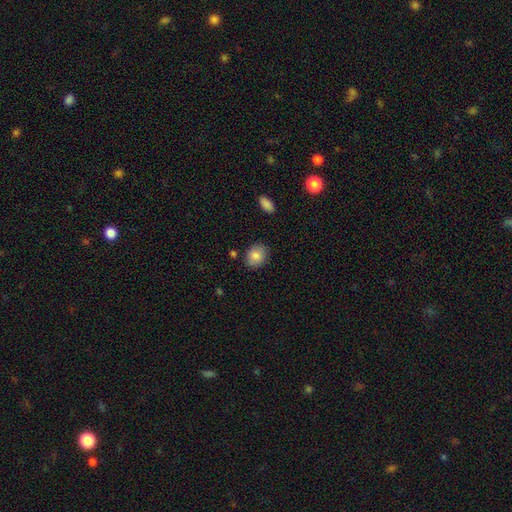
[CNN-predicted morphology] Smooth or featured?
  - smooth: 85% *
  - star or artifact: 8%
  - featured or disk: 7%
How rounded?
  - in between: 53% *
  - round: 46%
  - cigar-shaped: 1%
Merging?
  - none: 83% *
  - minor disturbance: 12%
  - major disturbance: 3%
  - merger: 2%